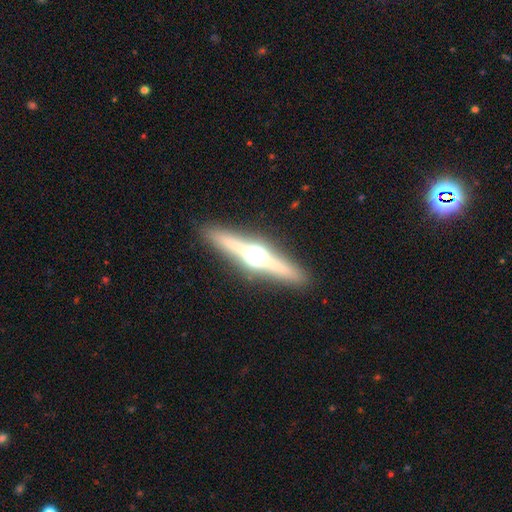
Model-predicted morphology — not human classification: Smooth or featured? Predicted: featured or disk (p=0.74). Edge-on disk? Predicted: yes (p=0.97). Edge-on bulge? Predicted: rounded (p=0.95). Merging? Predicted: none (p=0.89).